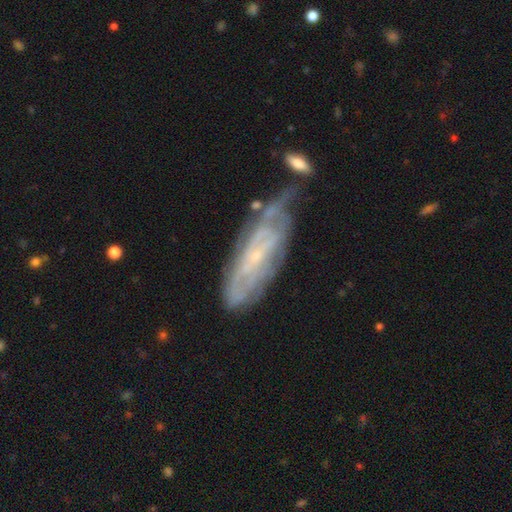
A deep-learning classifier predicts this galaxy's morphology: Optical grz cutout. It shows a featured or disk galaxy (73%) with no bar (57%), spiral arms (77%) and a small central bulge (78%). Merging: none (45%).